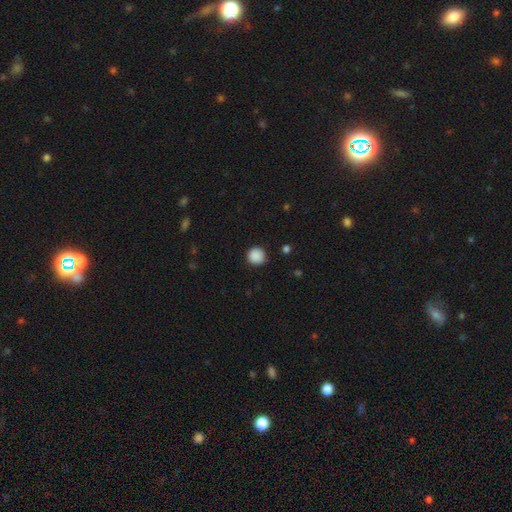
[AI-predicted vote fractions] Overall: smooth (89%). How rounded: round (95%). Merging: none (90%).